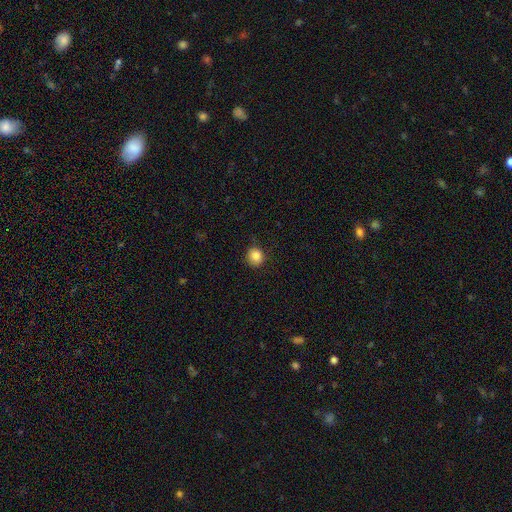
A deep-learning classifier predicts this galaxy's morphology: A smooth galaxy with no disk features (86%) that is round (85%). Merging: none (85%).